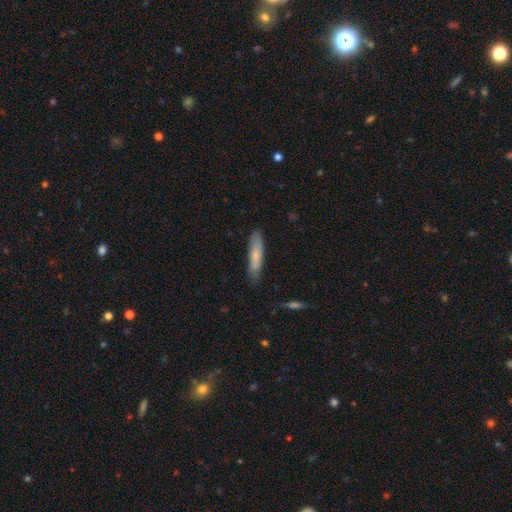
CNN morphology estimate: The model was most divided on "smooth or featured": smooth: 75%, featured or disk: 20%, star or artifact: 6%. More confident: how rounded — cigar-shaped (84%); merging — none (80%).